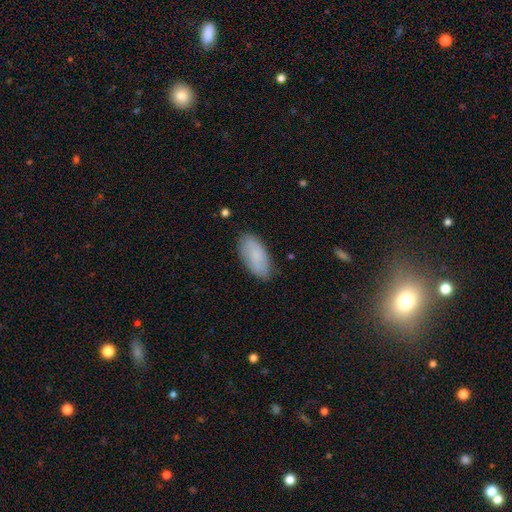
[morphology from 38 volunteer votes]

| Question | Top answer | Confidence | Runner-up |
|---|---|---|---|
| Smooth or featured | smooth | 89% | featured or disk (5%) |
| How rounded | in between | 91% | cigar-shaped (9%) |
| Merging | none | 92% | minor disturbance (6%) |